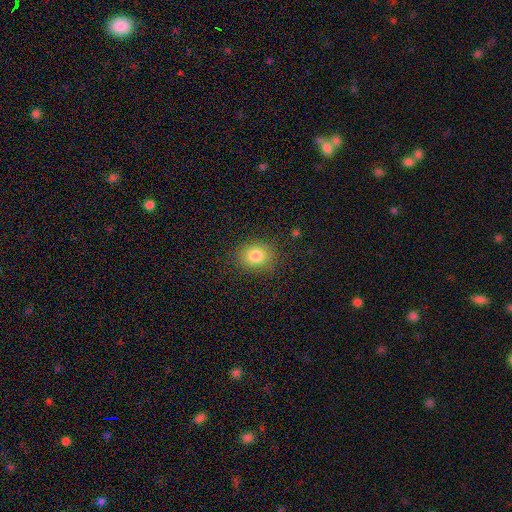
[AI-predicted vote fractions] A smooth galaxy with no disk features (82%) that is round (59%). Merging: none (85%).